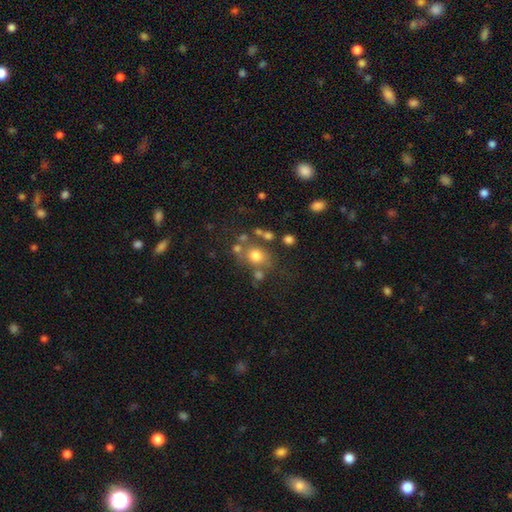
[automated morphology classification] Smooth or featured? Predicted: smooth (p=0.70). How rounded? Predicted: round (p=0.69). Merging? Predicted: none (p=0.60).